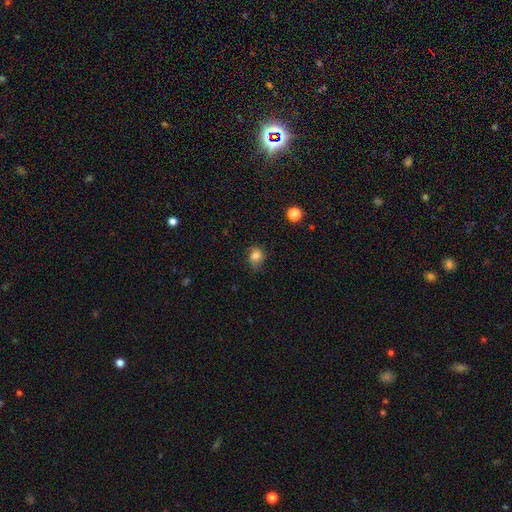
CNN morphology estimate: The model was most divided on "how rounded": round: 57%, in between: 42%, cigar-shaped: 1%. More confident: smooth or featured — smooth (71%); merging — none (61%).